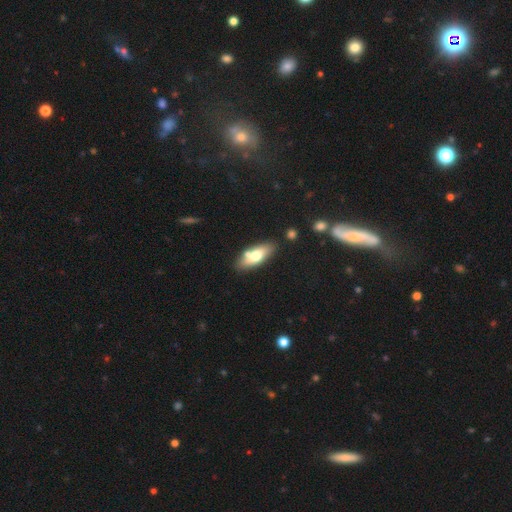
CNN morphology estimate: Smooth or featured?
  - smooth: 64% *
  - featured or disk: 29%
  - star or artifact: 7%
How rounded?
  - in between: 74% *
  - cigar-shaped: 24%
  - round: 3%
Merging?
  - none: 73% *
  - minor disturbance: 13%
  - merger: 11%
  - major disturbance: 3%